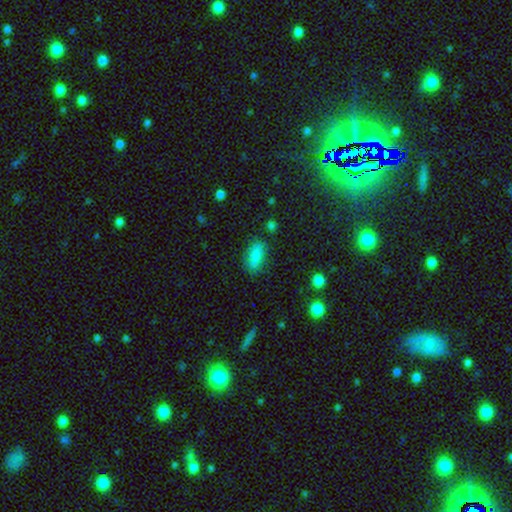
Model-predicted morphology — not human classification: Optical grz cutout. It shows a smooth galaxy with no disk features (82%) that is in between round and cigar-shaped (82%). Merging: none (80%).